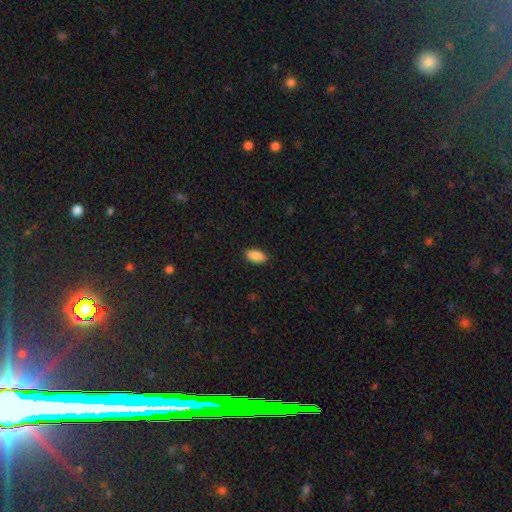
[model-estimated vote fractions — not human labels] smooth_or_featured: smooth (p=0.90) [alt: star or artifact p=0.07]
how_rounded: in between (p=0.93) [alt: cigar-shaped p=0.05]
merging: none (p=0.89) [alt: minor disturbance p=0.08]